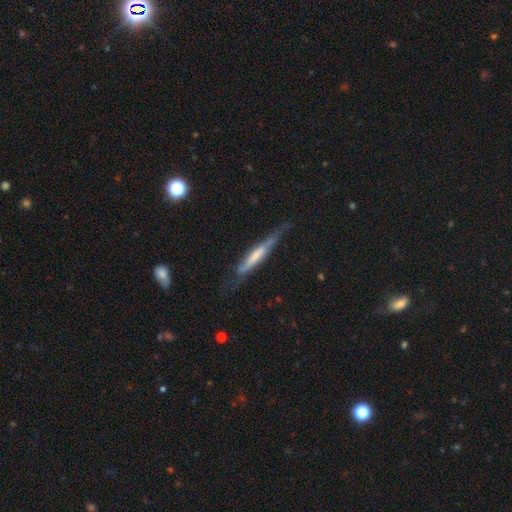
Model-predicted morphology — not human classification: Smooth or featured? featured or disk (53%)
Edge-on disk? yes (82%)
Merging? none (56%)